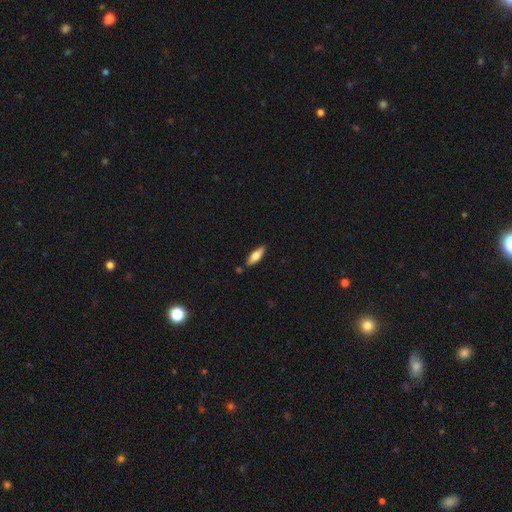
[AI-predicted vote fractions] Smooth or featured?
  - smooth: 66% *
  - featured or disk: 28%
  - star or artifact: 6%
How rounded?
  - in between: 51% *
  - cigar-shaped: 47%
  - round: 2%
Merging?
  - none: 83% *
  - minor disturbance: 11%
  - merger: 3%
  - major disturbance: 2%